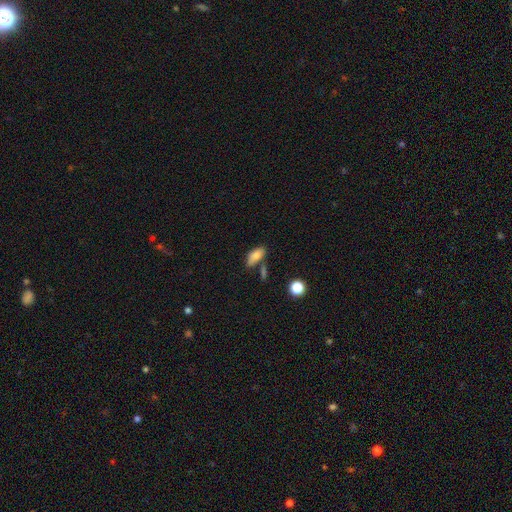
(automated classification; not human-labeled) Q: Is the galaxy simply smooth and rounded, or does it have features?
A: smooth — 79%.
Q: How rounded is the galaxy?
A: in between — 85%.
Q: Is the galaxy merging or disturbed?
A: none — 59%.